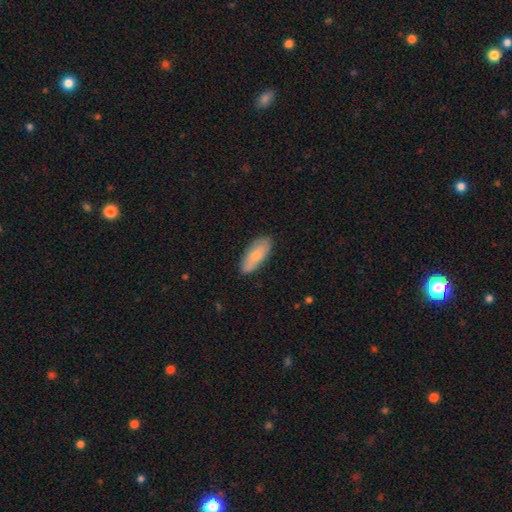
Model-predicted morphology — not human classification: Smooth or featured? Predicted: smooth (p=0.72). How rounded? Predicted: in between (p=0.81). Merging? Predicted: none (p=0.82).